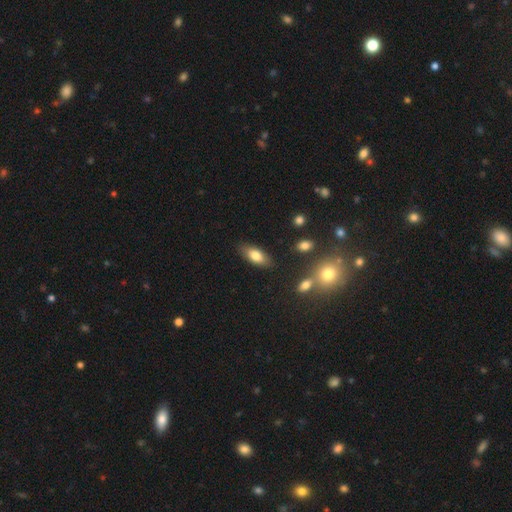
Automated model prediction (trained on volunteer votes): Smooth or featured? smooth (79%)
How rounded? in between (83%)
Merging? none (83%)